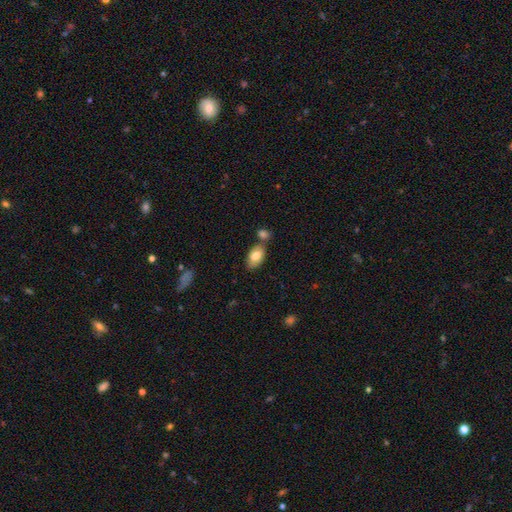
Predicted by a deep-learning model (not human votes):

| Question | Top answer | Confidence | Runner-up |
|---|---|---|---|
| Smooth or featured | smooth | 80% | featured or disk (14%) |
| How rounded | in between | 93% | round (5%) |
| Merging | none | 63% | merger (20%) |